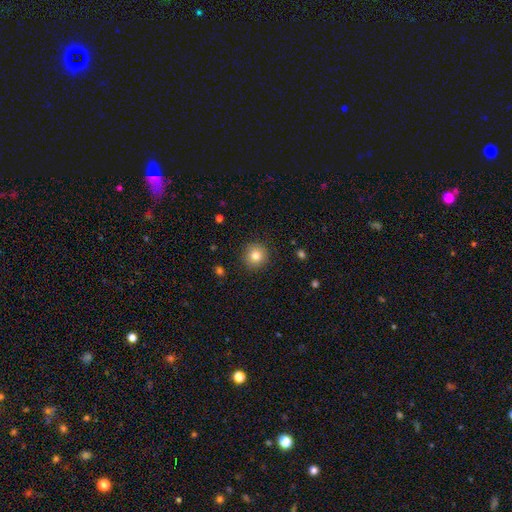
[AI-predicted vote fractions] A smooth galaxy with no disk features (81%) that is round (93%). Merging: none (90%).